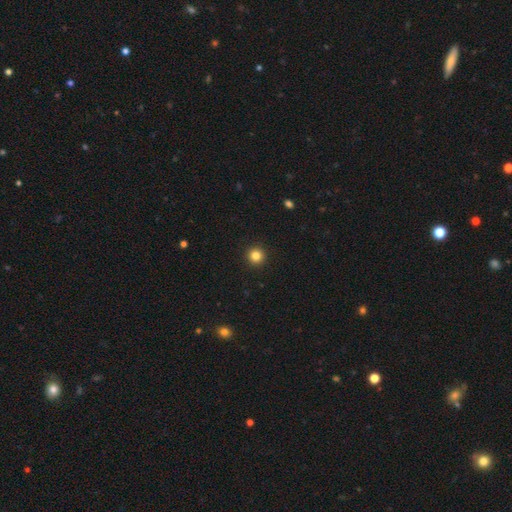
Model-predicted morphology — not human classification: This appears to be a smooth galaxy with no disk features (83%) that is round (96%). Merging: none (94%).